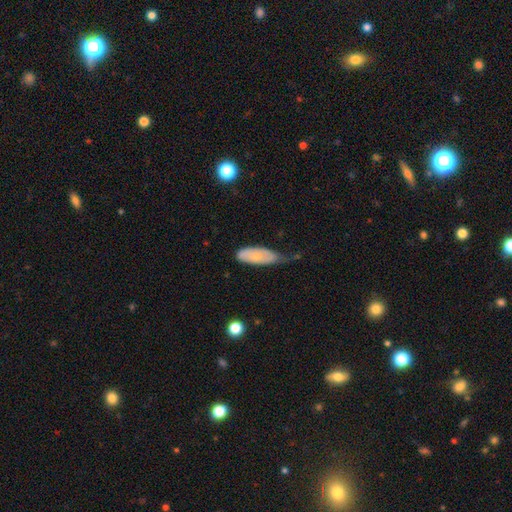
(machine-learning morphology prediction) This appears to be a smooth galaxy with no disk features (61%) that is in between round and cigar-shaped (76%). Merging: minor disturbance (46%).